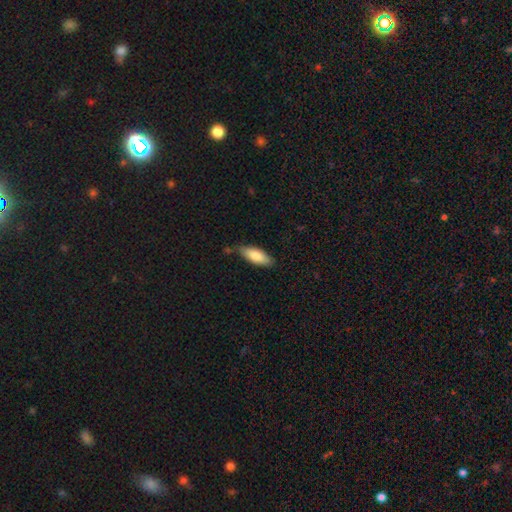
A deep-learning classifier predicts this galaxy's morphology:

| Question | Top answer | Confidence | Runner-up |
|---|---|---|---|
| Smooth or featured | smooth | 82% | featured or disk (12%) |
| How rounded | in between | 69% | cigar-shaped (29%) |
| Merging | none | 74% | minor disturbance (19%) |